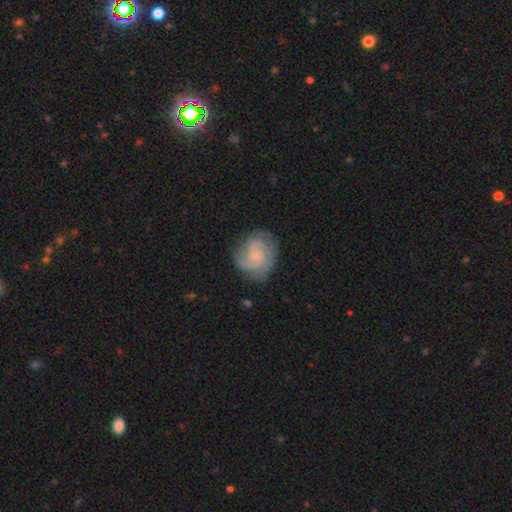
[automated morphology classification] smooth-or-featured: featured or disk: 78% | smooth: 16% | star or artifact: 6%
  disk-edge-on: no: 98% | yes: 2%
    bar: no: 61% | weak: 34% | strong: 5%
    has-spiral-arms: yes: 96% | no: 4%
      spiral-winding: tight: 53% | medium: 39% | loose: 9%
      spiral-arm-count: 2: 43% | 3: 28% | can't tell: 16% | 4: 5% | 1: 4% | more than 4: 4%
    bulge-size: small: 45% | none: 33% | moderate: 18% | large: 3% | dominant: 1%
  merging: none: 76% | minor disturbance: 17% | major disturbance: 6% | merger: 1%